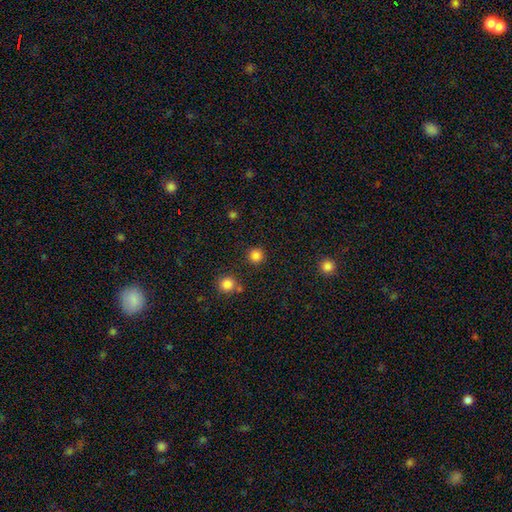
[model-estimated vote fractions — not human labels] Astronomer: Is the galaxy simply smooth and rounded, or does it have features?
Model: smooth — 84%.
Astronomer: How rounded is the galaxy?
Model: round — 95%.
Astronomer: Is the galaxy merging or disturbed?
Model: none — 88%.